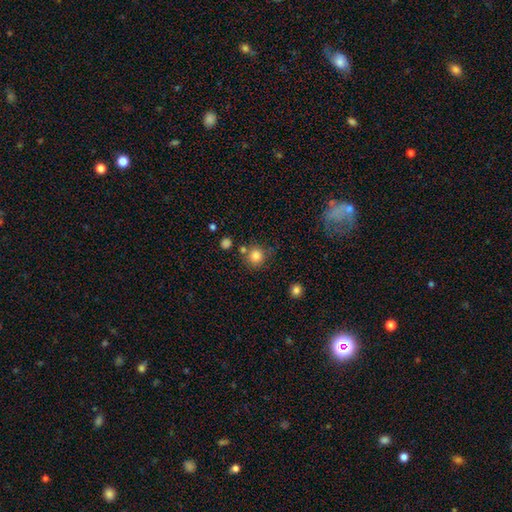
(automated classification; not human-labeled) Overall: smooth (82%). How rounded: round (92%). Merging: none (73%).